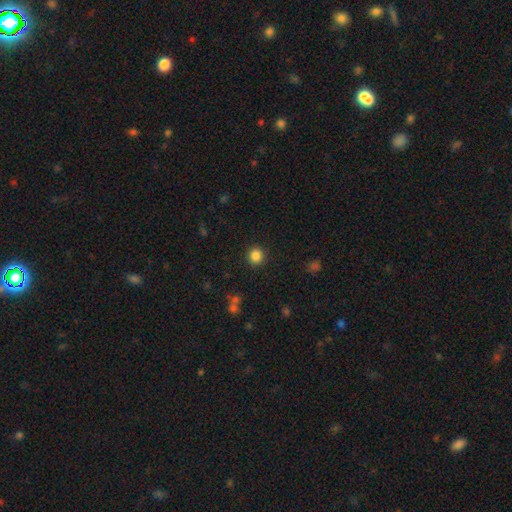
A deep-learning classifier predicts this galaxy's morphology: Smooth or featured? smooth (85%)
How rounded? round (93%)
Merging? none (91%)